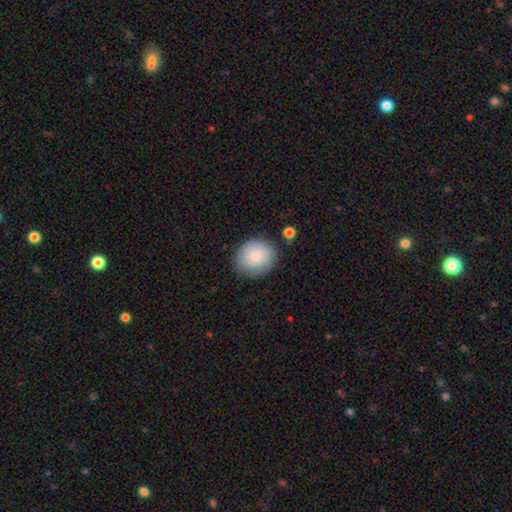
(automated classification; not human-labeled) smooth_or_featured: smooth (p=0.85) [alt: featured or disk p=0.08]
how_rounded: round (p=0.72) [alt: in between p=0.27]
merging: none (p=0.81) [alt: minor disturbance p=0.13]